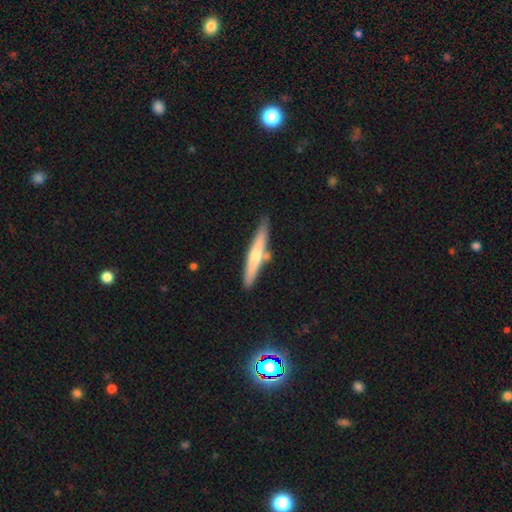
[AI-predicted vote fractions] This appears to be a smooth galaxy with no disk features (50%). Merging: none (77%).